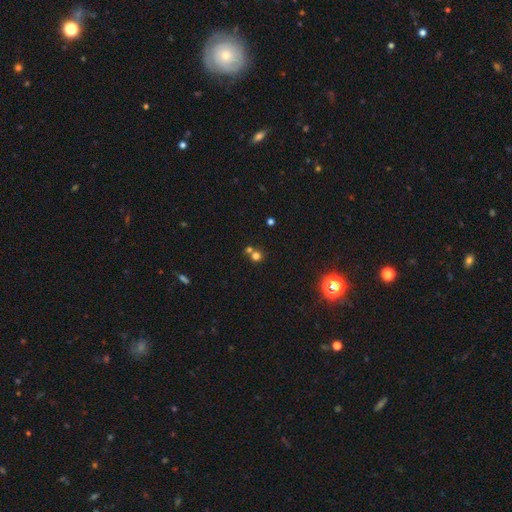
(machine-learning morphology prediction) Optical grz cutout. It shows a smooth galaxy with no disk features (68%) that is round (90%). Merging: none (55%).